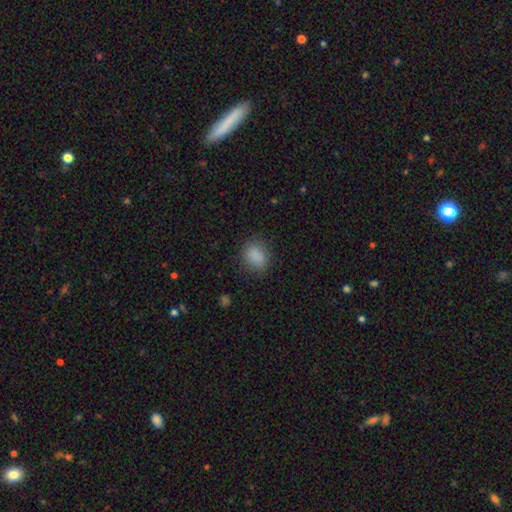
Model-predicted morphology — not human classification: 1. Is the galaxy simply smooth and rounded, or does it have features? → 87% smooth, 9% star or artifact, 4% featured or disk.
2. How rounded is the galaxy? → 60% in between, 39% round, 1% cigar-shaped.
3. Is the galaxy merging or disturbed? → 82% none, 13% minor disturbance, 4% major disturbance, 1% merger.